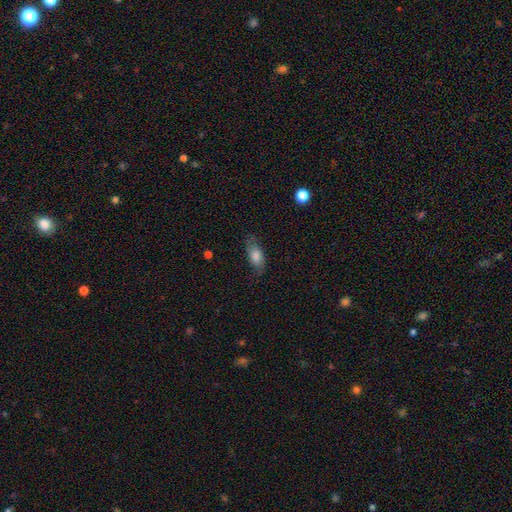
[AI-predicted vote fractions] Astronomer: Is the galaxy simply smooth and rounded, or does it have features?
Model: smooth — 71%.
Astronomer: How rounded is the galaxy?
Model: in between — 83%.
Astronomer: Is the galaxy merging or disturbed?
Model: none — 71%.